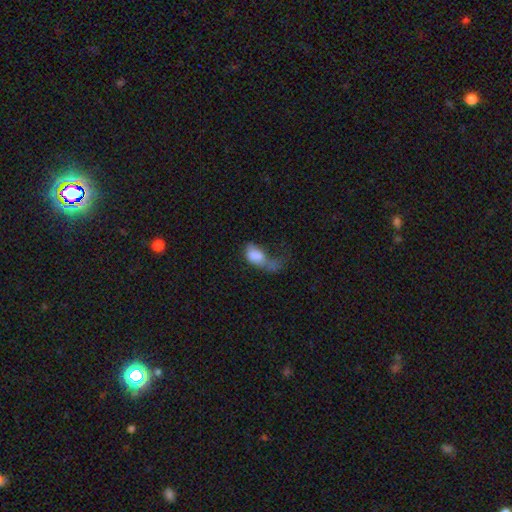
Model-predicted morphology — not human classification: Smooth or featured: smooth — 72% (featured or disk — 19%)
How rounded: in between — 88% (round — 9%)
Merging: major disturbance — 59% (minor disturbance — 16%)